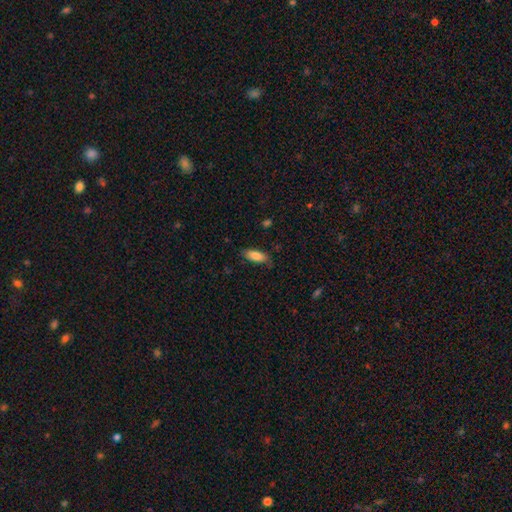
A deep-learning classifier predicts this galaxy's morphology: smooth-or-featured: smooth: 84% | featured or disk: 9% | star or artifact: 6%
  how-rounded: in between: 77% | cigar-shaped: 22% | round: 2%
  merging: none: 78% | minor disturbance: 17% | major disturbance: 3% | merger: 1%